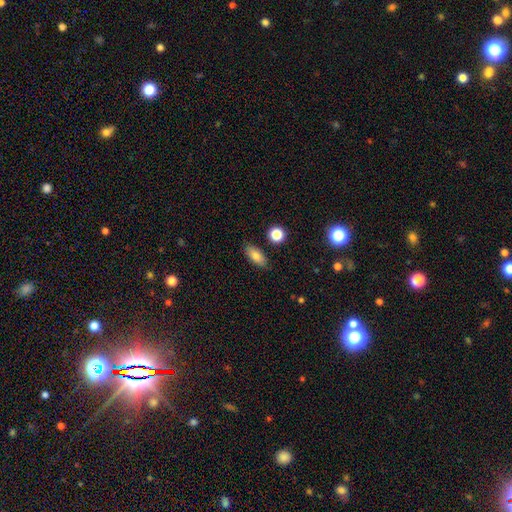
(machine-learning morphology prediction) The model was most divided on "how rounded": in between: 81%, cigar-shaped: 14%, round: 5%. More confident: merging — none (84%); smooth or featured — smooth (80%).